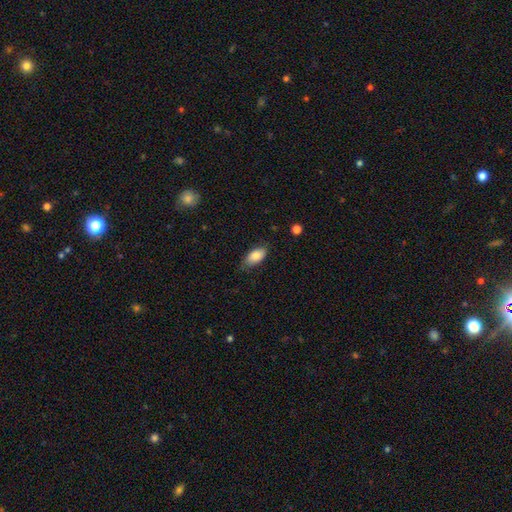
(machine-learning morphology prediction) The model was most divided on "merging": none: 73%, minor disturbance: 22%, major disturbance: 4%, merger: 1%. More confident: how rounded — in between (92%); smooth or featured — smooth (85%).